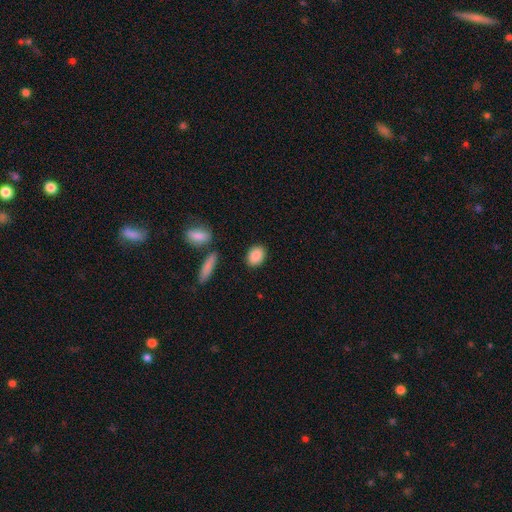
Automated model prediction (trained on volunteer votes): This is clearly a smooth galaxy (88%). How rounded: likely in between (75%). Merging: clearly none (86%).